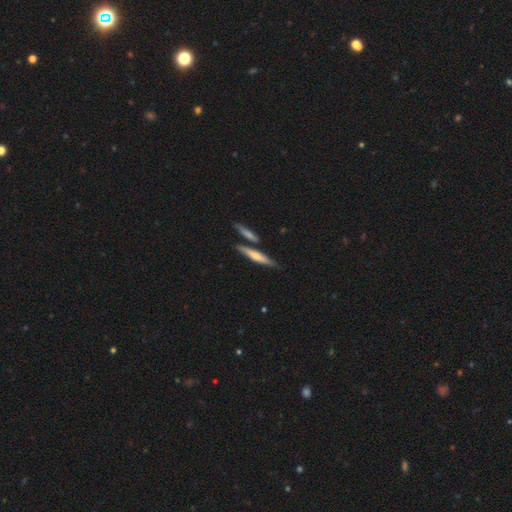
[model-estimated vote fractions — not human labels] Smooth or featured? Predicted: smooth (p=0.48). Merging? Predicted: none (p=0.74).